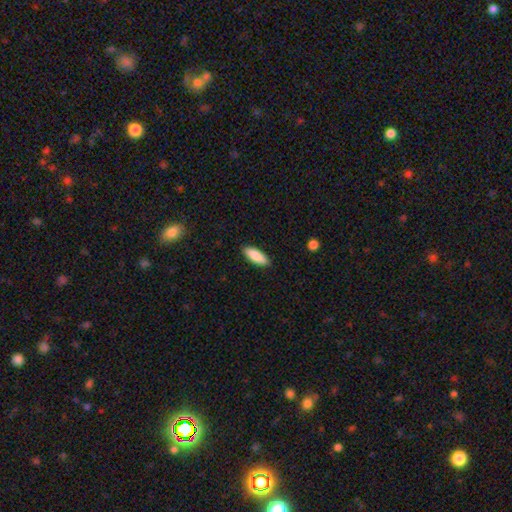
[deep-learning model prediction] The model was most divided on "how rounded": in between: 62%, cigar-shaped: 36%, round: 2%. More confident: merging — none (89%); smooth or featured — smooth (87%).